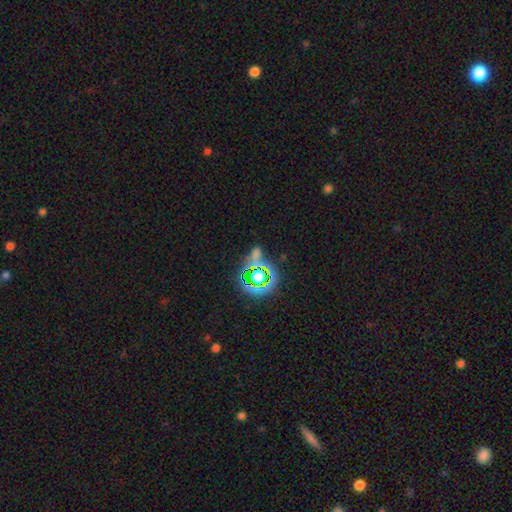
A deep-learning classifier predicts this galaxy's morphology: type=star or artifact (63%).